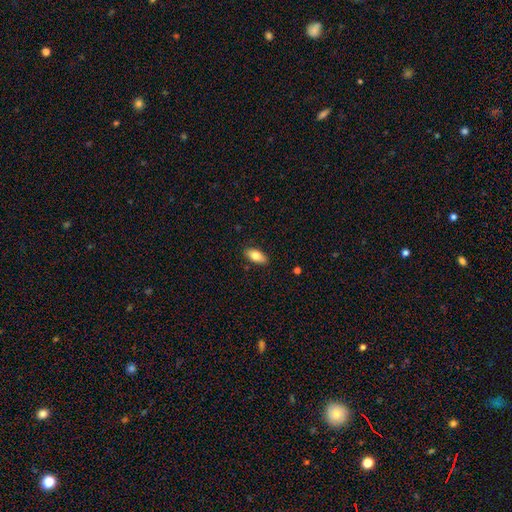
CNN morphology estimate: smooth-or-featured: smooth: 81% | featured or disk: 13% | star or artifact: 7%
  how-rounded: in between: 91% | cigar-shaped: 7% | round: 3%
  merging: none: 87% | minor disturbance: 10% | major disturbance: 2% | merger: 1%